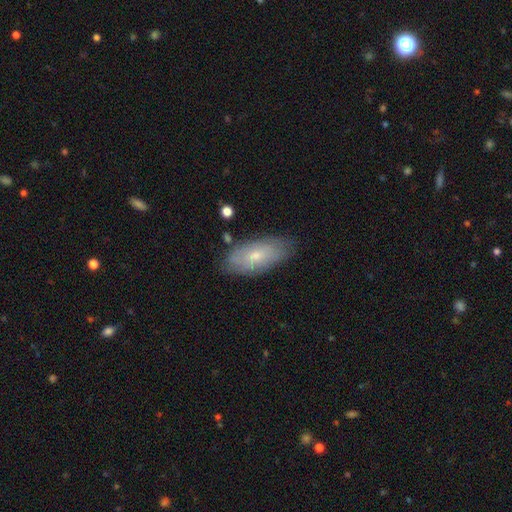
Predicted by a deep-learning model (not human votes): A smooth galaxy with no disk features (55%) that is in between round and cigar-shaped (87%). Merging: none (76%).